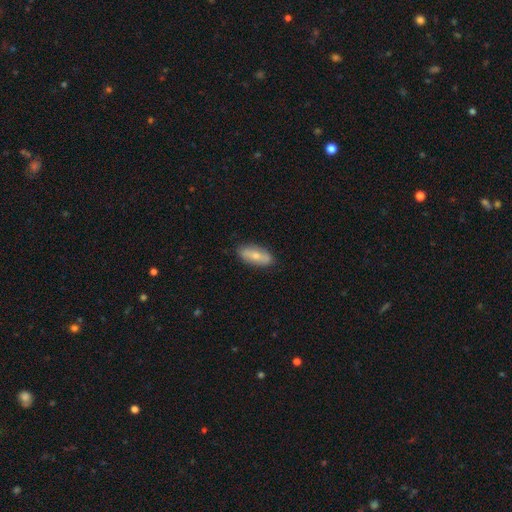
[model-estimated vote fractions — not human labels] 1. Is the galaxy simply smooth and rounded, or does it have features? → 65% smooth, 29% featured or disk, 6% star or artifact.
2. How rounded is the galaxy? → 82% in between, 15% cigar-shaped, 3% round.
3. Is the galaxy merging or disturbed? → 84% none, 12% minor disturbance, 2% major disturbance, 1% merger.